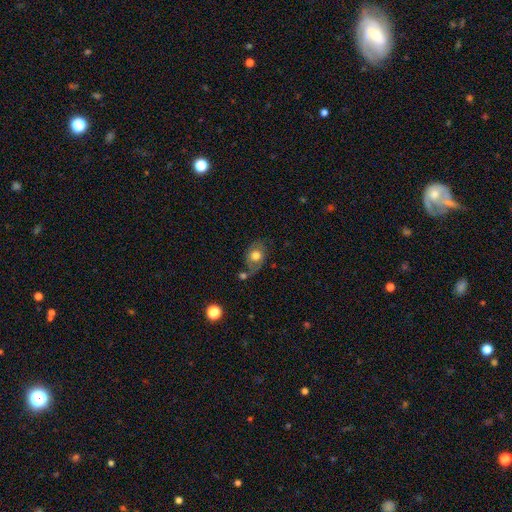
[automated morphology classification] smooth_or_featured: smooth (p=0.57) [alt: featured or disk p=0.34]
how_rounded: in between (p=0.62) [alt: round p=0.36]
merging: none (p=0.52) [alt: minor disturbance p=0.23]